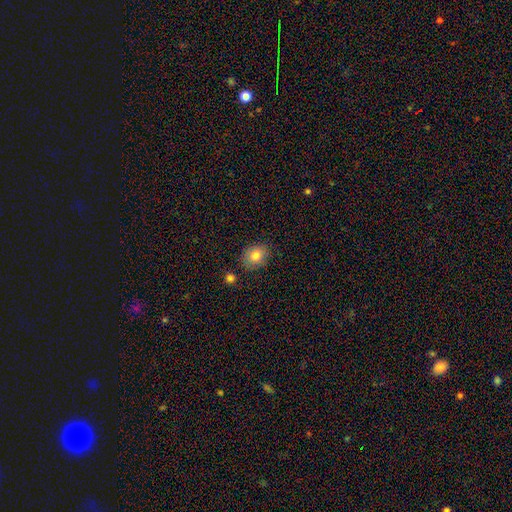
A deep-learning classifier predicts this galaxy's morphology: Overall: smooth (82%). How rounded: in between (53%; round 46%). Merging: none (82%).